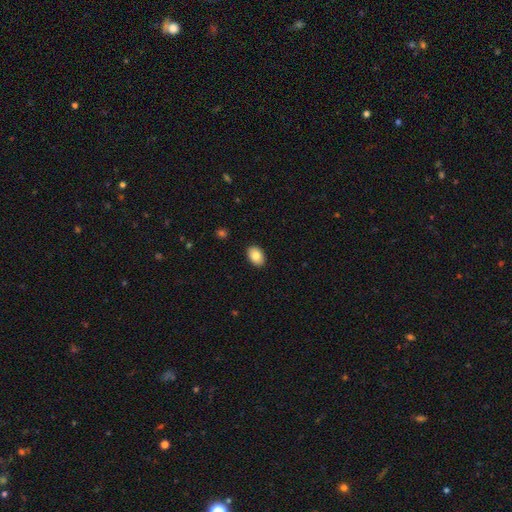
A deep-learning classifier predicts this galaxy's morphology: smooth-or-featured: smooth: 84% | featured or disk: 8% | star or artifact: 7%
  how-rounded: in between: 85% | round: 14% | cigar-shaped: 1%
  merging: none: 90% | minor disturbance: 7% | major disturbance: 2% | merger: 1%